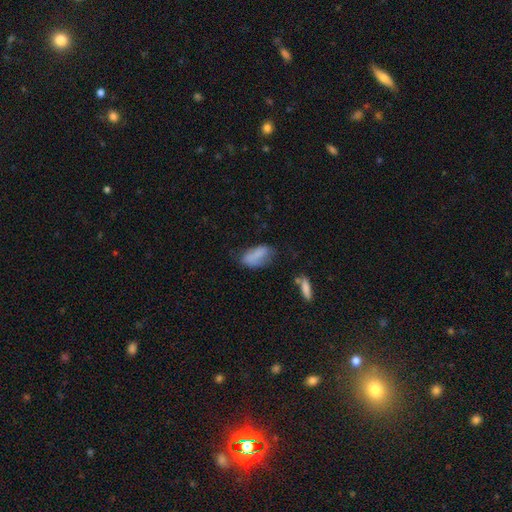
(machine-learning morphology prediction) Smooth or featured? Predicted: smooth (p=0.75). How rounded? Predicted: in between (p=0.88). Merging? Predicted: none (p=0.48).